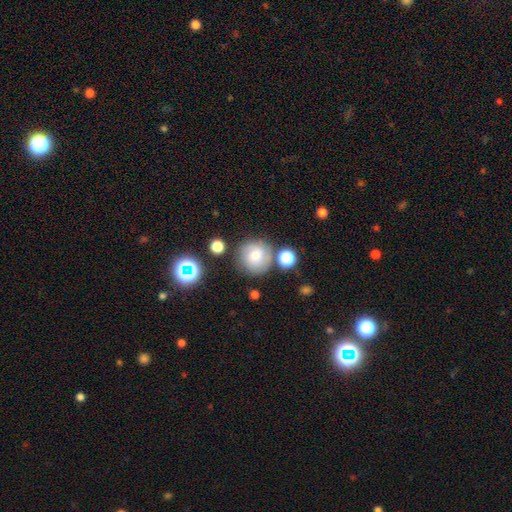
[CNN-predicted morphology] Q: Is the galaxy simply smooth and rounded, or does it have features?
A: smooth — 68%.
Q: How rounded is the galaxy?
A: round — 92%.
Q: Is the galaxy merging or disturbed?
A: none — 72%.